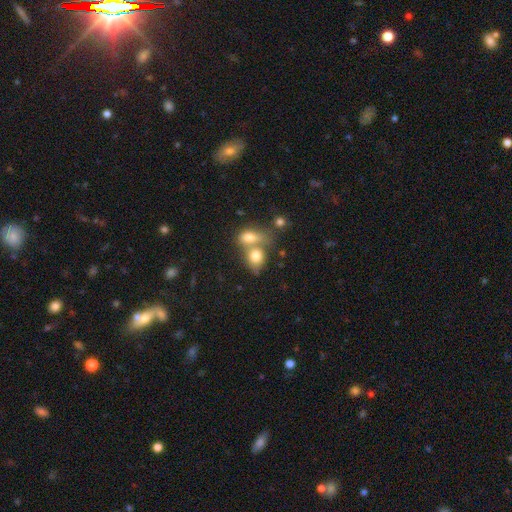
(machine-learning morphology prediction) smooth-or-featured: smooth: 77% | featured or disk: 13% | star or artifact: 10%
  how-rounded: in between: 57% | round: 41% | cigar-shaped: 2%
  merging: merger: 61% | none: 27% | minor disturbance: 8% | major disturbance: 4%